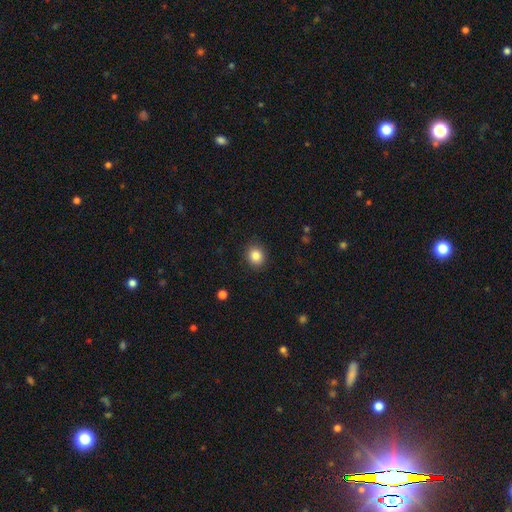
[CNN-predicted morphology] Overall: smooth (85%). How rounded: round (78%). Merging: none (89%).